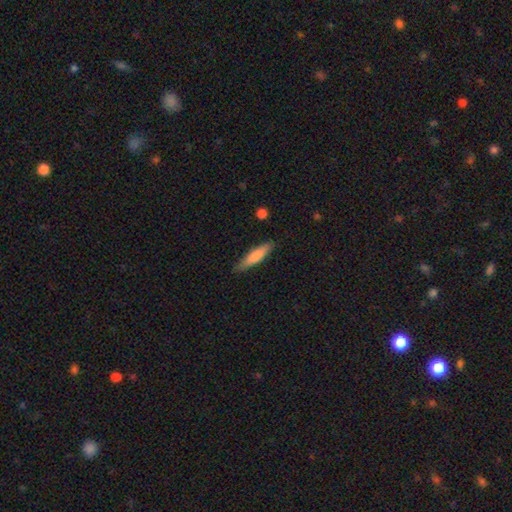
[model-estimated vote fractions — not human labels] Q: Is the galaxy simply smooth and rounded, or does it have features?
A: smooth — 74%.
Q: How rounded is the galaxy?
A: cigar-shaped — 79%.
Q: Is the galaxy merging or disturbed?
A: none — 84%.